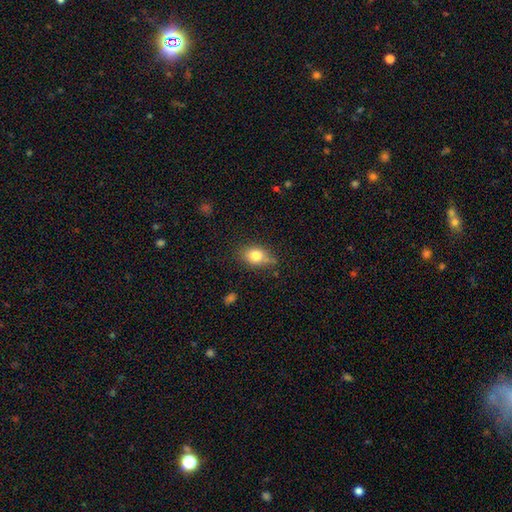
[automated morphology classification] Smooth or featured?
  - smooth: 80% *
  - featured or disk: 11%
  - star or artifact: 9%
How rounded?
  - in between: 69% *
  - round: 28%
  - cigar-shaped: 2%
Merging?
  - none: 66% *
  - minor disturbance: 25%
  - major disturbance: 6%
  - merger: 3%